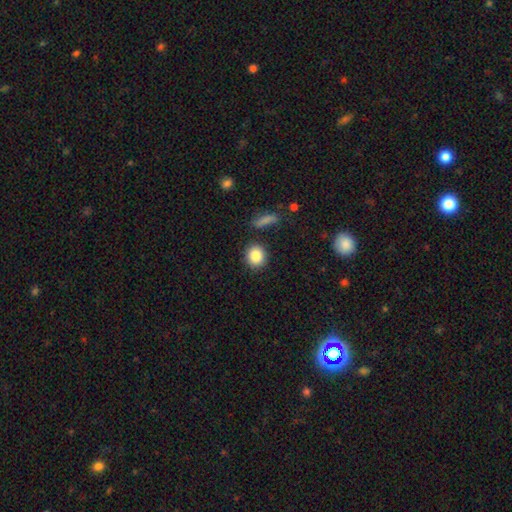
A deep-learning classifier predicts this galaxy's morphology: Q: Smooth or featured?
A: smooth (86%); runner-up: star or artifact (8%)
Q: How rounded?
A: round (80%); runner-up: in between (18%)
Q: Merging?
A: none (84%); runner-up: minor disturbance (8%)